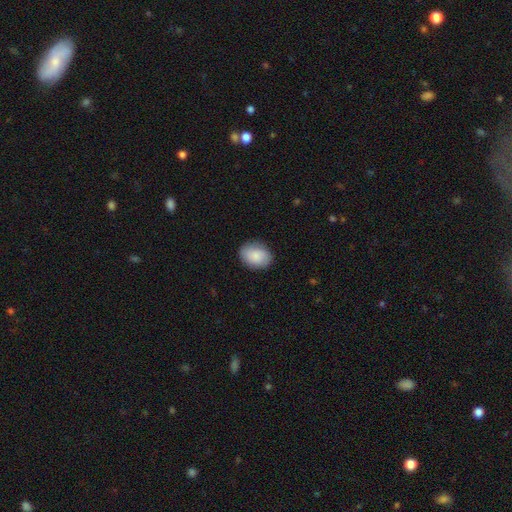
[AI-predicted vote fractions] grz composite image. It shows a smooth galaxy with no disk features (85%) that is in between round and cigar-shaped (72%). Merging: none (84%).